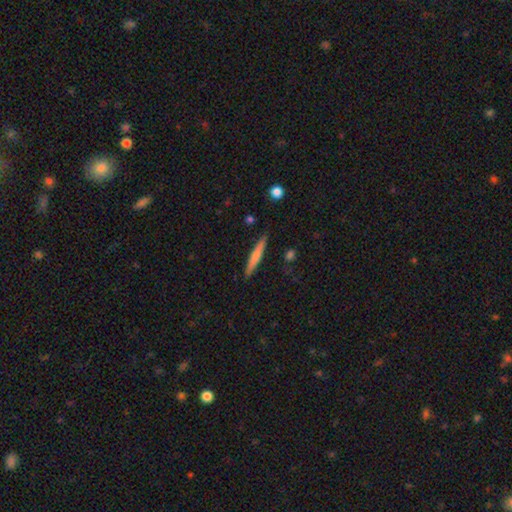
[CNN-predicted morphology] smooth 64%, featured or disk 31%, star or artifact 6%. Down the decision tree: how rounded — cigar-shaped (95%); merging — none (88%).